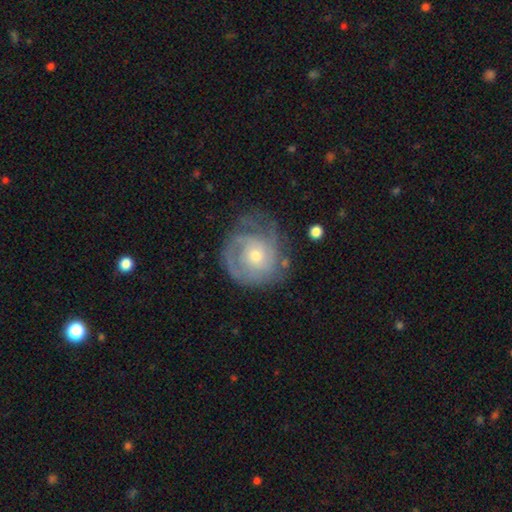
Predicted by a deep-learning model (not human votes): A featured or disk galaxy (78%) with no bar (77%), tight (62%) spiral arms (90%) and a moderate central bulge (50%). Merging: none (61%).